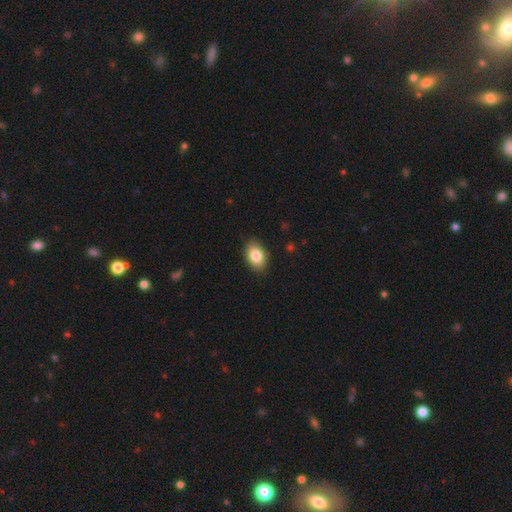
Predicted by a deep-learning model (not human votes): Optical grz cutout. It shows a smooth galaxy with no disk features (85%) that is in between round and cigar-shaped (87%). Merging: none (88%).